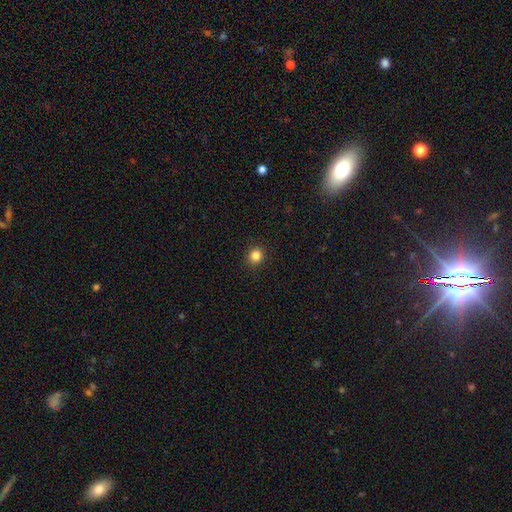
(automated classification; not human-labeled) A smooth galaxy with no disk features (85%) that is round (89%). Merging: none (92%).